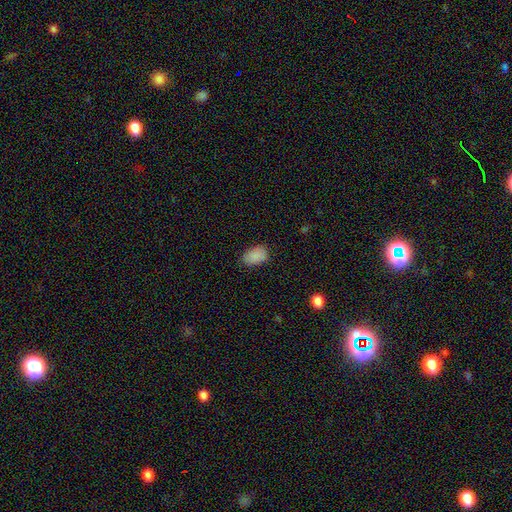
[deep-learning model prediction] Smooth or featured? Predicted: smooth (p=0.87). How rounded? Predicted: in between (p=0.86). Merging? Predicted: none (p=0.78).